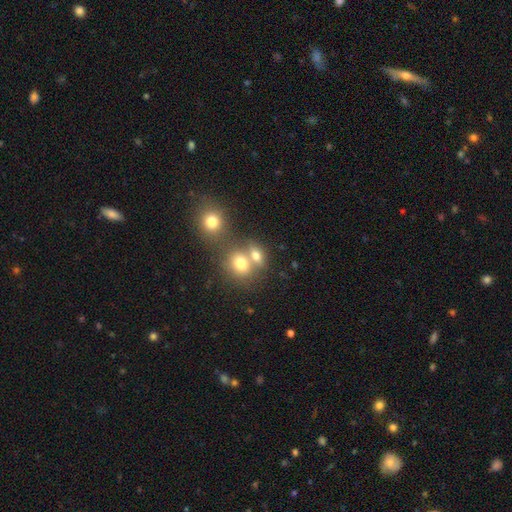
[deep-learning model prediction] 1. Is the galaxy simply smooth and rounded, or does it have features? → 75% smooth, 13% star or artifact, 12% featured or disk.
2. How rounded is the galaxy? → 54% round, 44% in between, 2% cigar-shaped.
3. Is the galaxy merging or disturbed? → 48% merger, 40% none, 8% minor disturbance, 4% major disturbance.